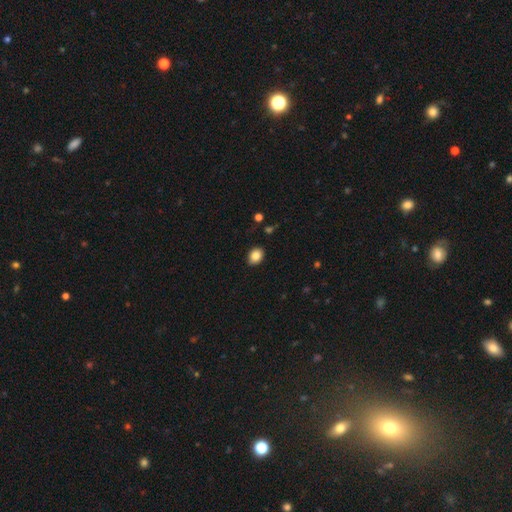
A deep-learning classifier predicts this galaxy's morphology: This appears to be a smooth galaxy with no disk features (85%) that is in between round and cigar-shaped (69%). Merging: none (88%).